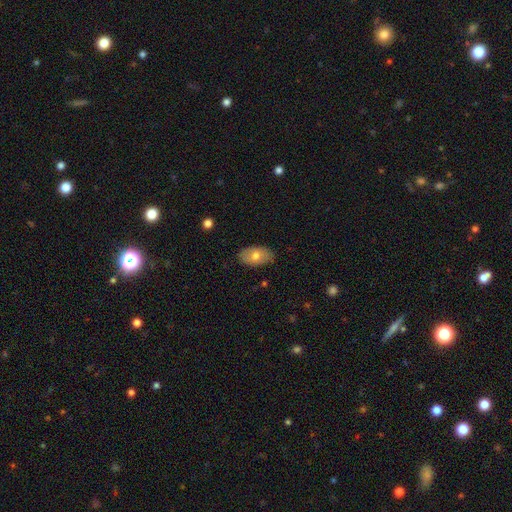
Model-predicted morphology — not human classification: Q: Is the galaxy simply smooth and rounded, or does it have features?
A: smooth — 71%.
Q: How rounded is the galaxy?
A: in between — 93%.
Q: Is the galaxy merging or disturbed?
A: none — 85%.